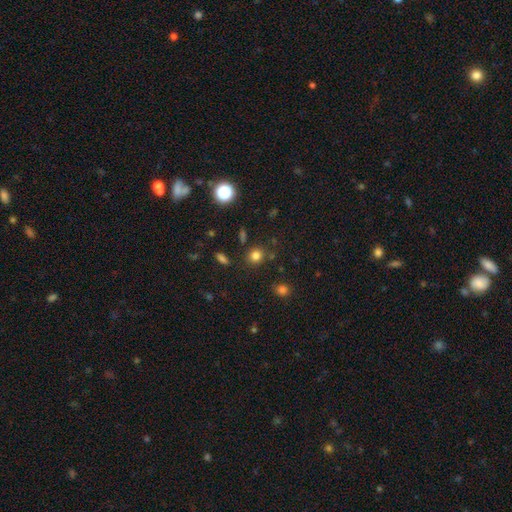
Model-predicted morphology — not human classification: The model was most divided on "smooth or featured": smooth: 79%, star or artifact: 16%, featured or disk: 6%. More confident: how rounded — round (83%); merging — none (82%).